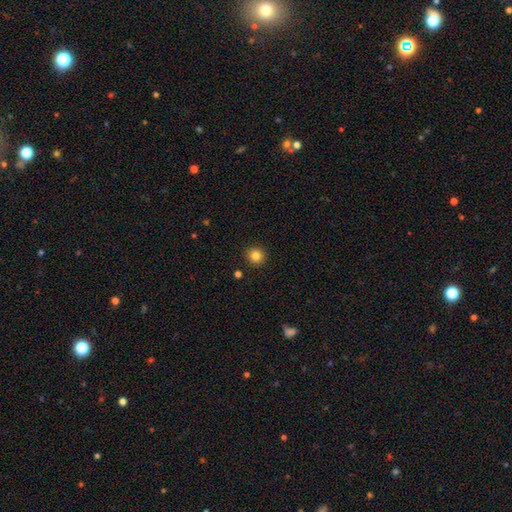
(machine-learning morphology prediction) smooth 83%, star or artifact 12%, featured or disk 5%. Down the decision tree: how rounded — round (94%); merging — none (92%).